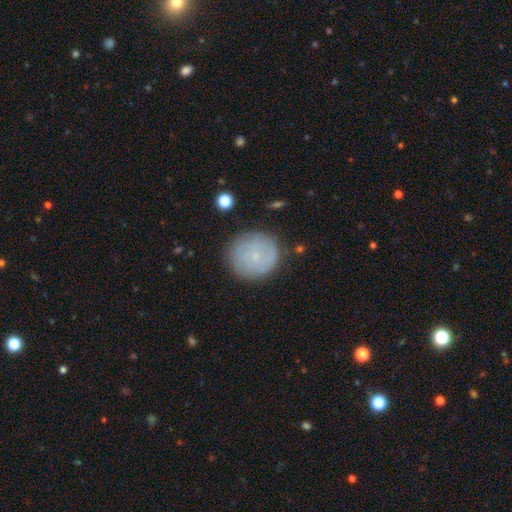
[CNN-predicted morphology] smooth_or_featured: smooth (p=0.50) [alt: featured or disk p=0.40]
how_rounded: round (p=0.90) [alt: in between p=0.09]
merging: none (p=0.81) [alt: minor disturbance p=0.13]